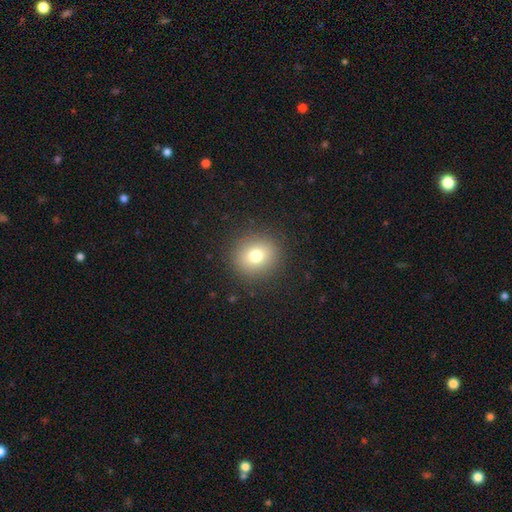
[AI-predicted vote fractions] smooth-or-featured: smooth: 75% | star or artifact: 14% | featured or disk: 11%
  how-rounded: round: 86% | in between: 13% | cigar-shaped: 1%
  merging: none: 89% | minor disturbance: 7% | major disturbance: 3% | merger: 1%